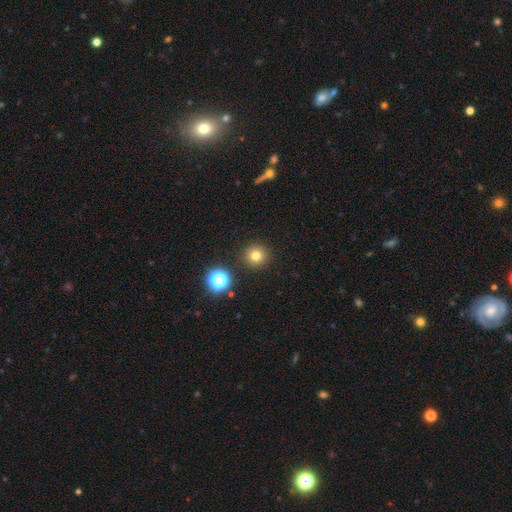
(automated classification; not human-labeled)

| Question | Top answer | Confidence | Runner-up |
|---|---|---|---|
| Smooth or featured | smooth | 76% | star or artifact (16%) |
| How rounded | round | 94% | in between (5%) |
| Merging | none | 90% | minor disturbance (6%) |